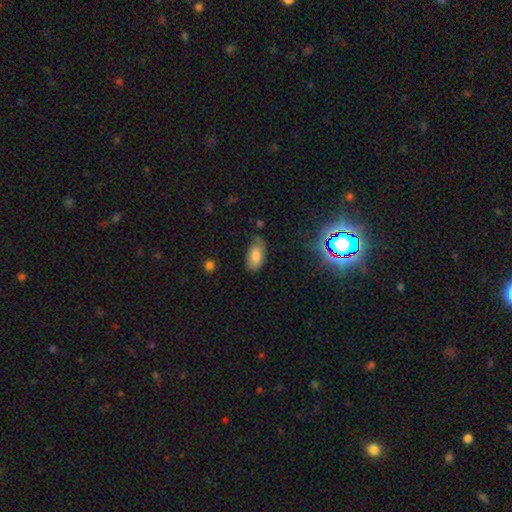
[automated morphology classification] smooth-or-featured: smooth: 77% | featured or disk: 14% | star or artifact: 9%
  how-rounded: in between: 93% | round: 4% | cigar-shaped: 3%
  merging: none: 57% | minor disturbance: 33% | major disturbance: 8% | merger: 2%